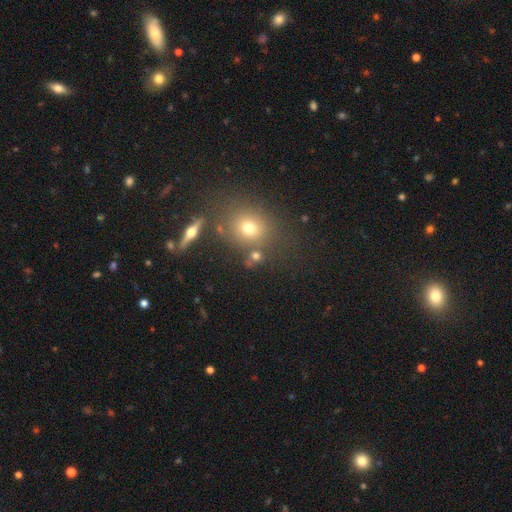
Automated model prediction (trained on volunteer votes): The model was most divided on "smooth or featured": smooth: 64%, star or artifact: 20%, featured or disk: 17%. More confident: how rounded — round (72%); merging — none (72%).